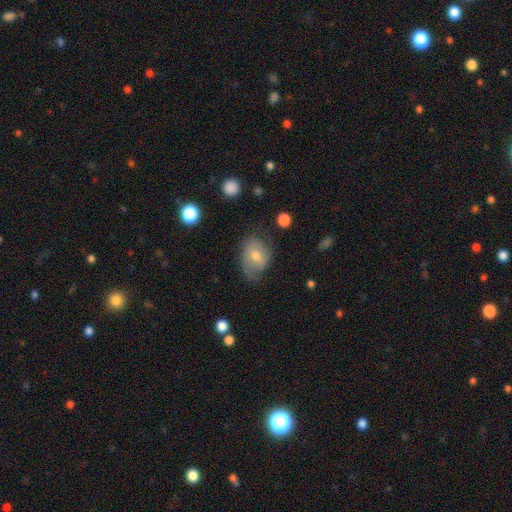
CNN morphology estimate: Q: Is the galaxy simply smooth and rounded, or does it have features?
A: smooth — 47%.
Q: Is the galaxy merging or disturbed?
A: none — 54%.